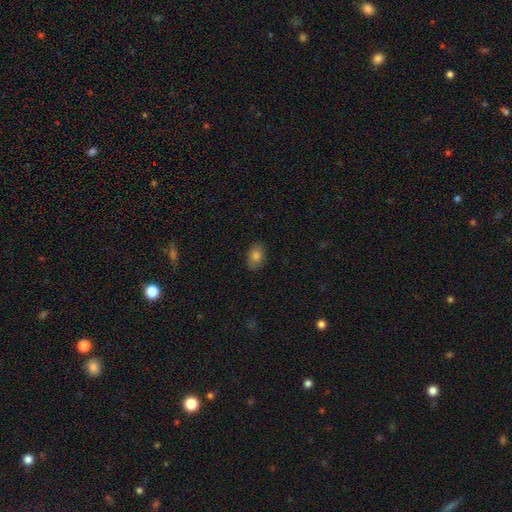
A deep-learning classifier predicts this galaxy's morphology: Smooth or featured? Predicted: smooth (p=0.82). How rounded? Predicted: in between (p=0.87). Merging? Predicted: none (p=0.86).